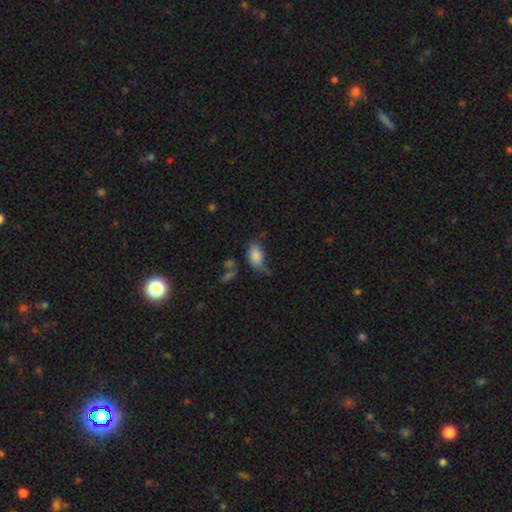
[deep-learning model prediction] smooth_or_featured: smooth (p=0.82) [alt: featured or disk p=0.10]
how_rounded: in between (p=0.90) [alt: round p=0.08]
merging: none (p=0.40) [alt: minor disturbance p=0.34]